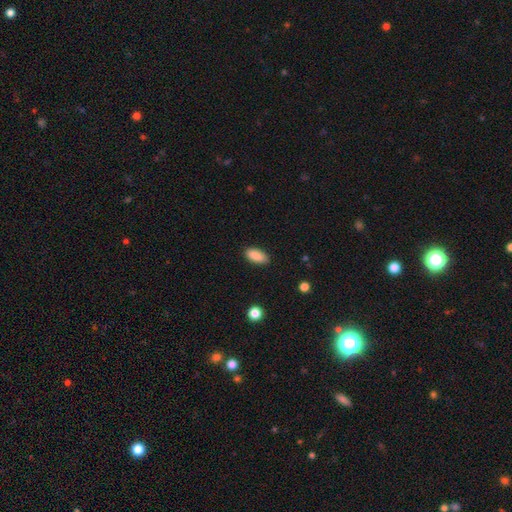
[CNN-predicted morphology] Overall: smooth (88%). How rounded: in between (89%). Merging: none (84%).